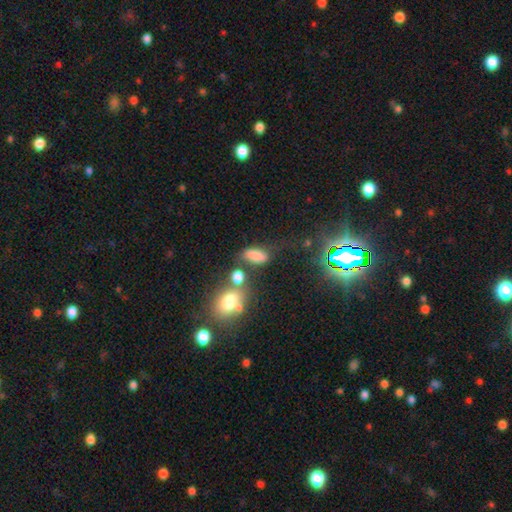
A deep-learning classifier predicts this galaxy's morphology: smooth_or_featured: smooth (p=0.76) [alt: star or artifact p=0.14]
how_rounded: in between (p=0.85) [alt: round p=0.08]
merging: none (p=0.52) [alt: minor disturbance p=0.21]